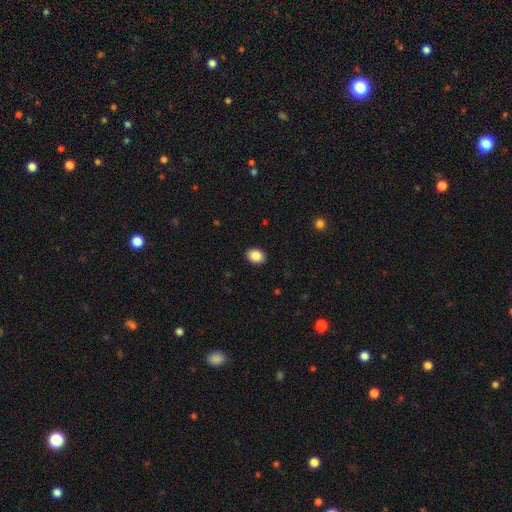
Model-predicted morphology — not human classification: Smooth or featured?
  - smooth: 87% *
  - star or artifact: 8%
  - featured or disk: 4%
How rounded?
  - in between: 54% *
  - round: 45%
  - cigar-shaped: 1%
Merging?
  - none: 91% *
  - minor disturbance: 6%
  - major disturbance: 2%
  - merger: 1%